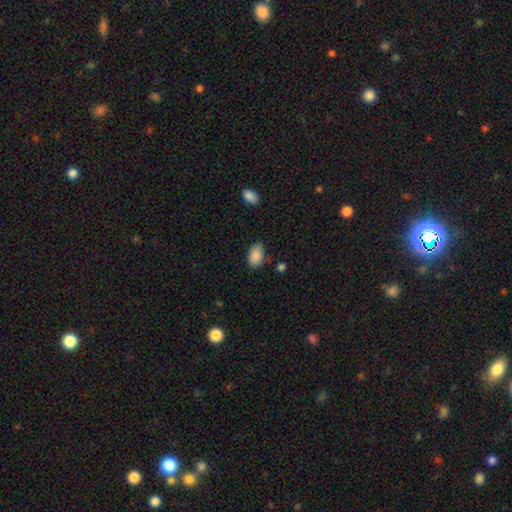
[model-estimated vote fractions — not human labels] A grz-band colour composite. It shows a smooth galaxy with no disk features (89%) that is in between round and cigar-shaped (92%). Merging: none (78%).